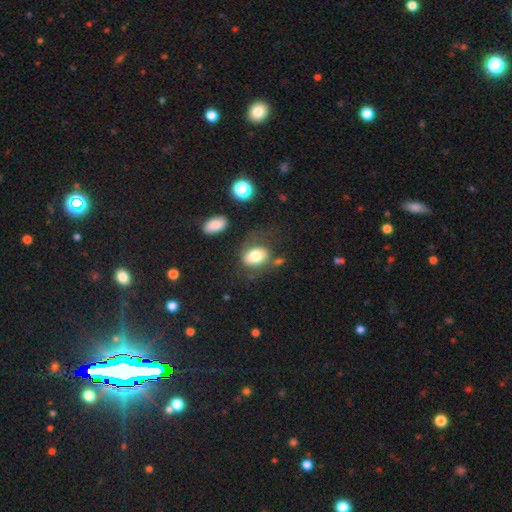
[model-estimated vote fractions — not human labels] smooth 74%, featured or disk 18%, star or artifact 9%. Down the decision tree: how rounded — in between (75%); merging — none (53%).